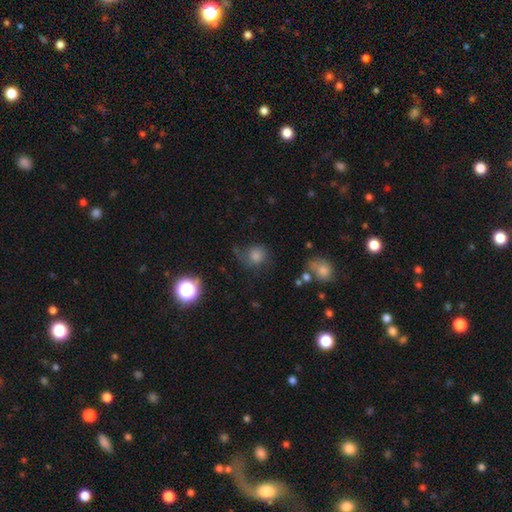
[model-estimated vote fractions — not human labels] The model was most divided on "merging": none: 54%, minor disturbance: 22%, major disturbance: 20%, merger: 4%. More confident: how rounded — round (83%); smooth or featured — smooth (62%).